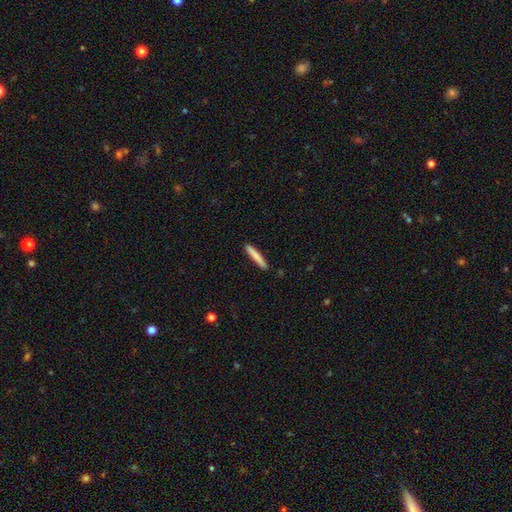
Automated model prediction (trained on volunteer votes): Smooth or featured? smooth (80%)
How rounded? cigar-shaped (95%)
Merging? none (89%)